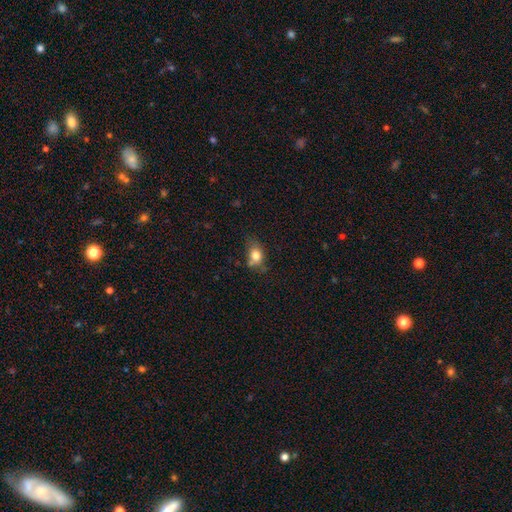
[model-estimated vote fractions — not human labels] A smooth galaxy with no disk features (78%) that is in between round and cigar-shaped (63%). Merging: none (48%).